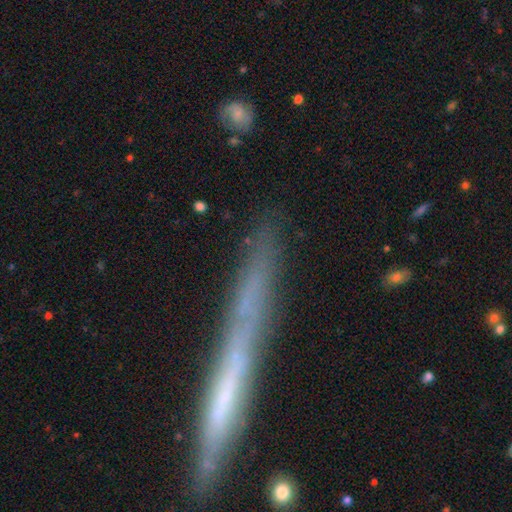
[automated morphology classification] This appears to be a featured or disk galaxy (57%) viewed edge-on (92%) with no central bulge (87%). Merging: none (80%).